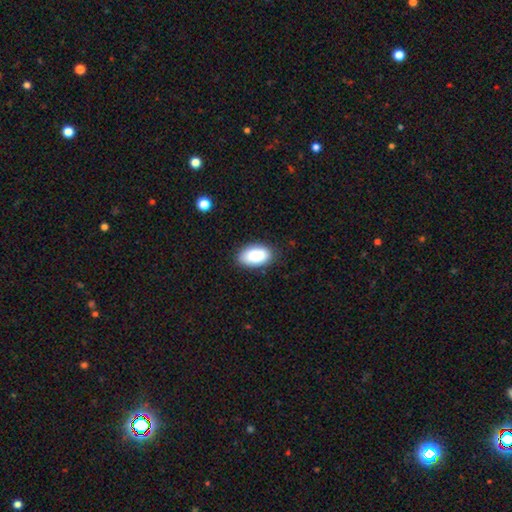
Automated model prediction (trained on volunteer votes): Q: Smooth or featured?
A: smooth (88%); runner-up: star or artifact (6%)
Q: How rounded?
A: in between (94%); runner-up: round (4%)
Q: Merging?
A: none (85%); runner-up: minor disturbance (11%)